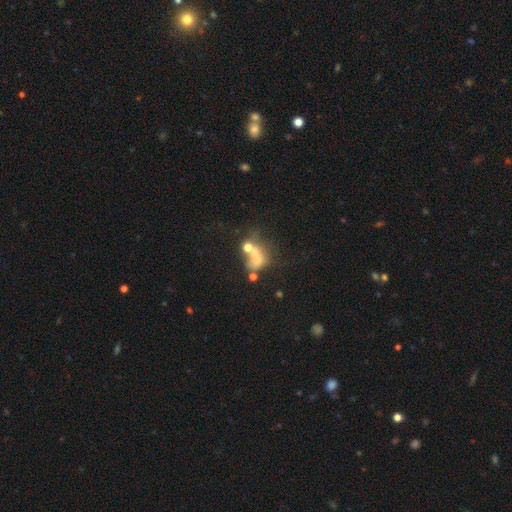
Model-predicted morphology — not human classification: smooth_or_featured: smooth (p=0.43) [alt: featured or disk p=0.36]
merging: merger (p=0.48) [alt: none p=0.24]